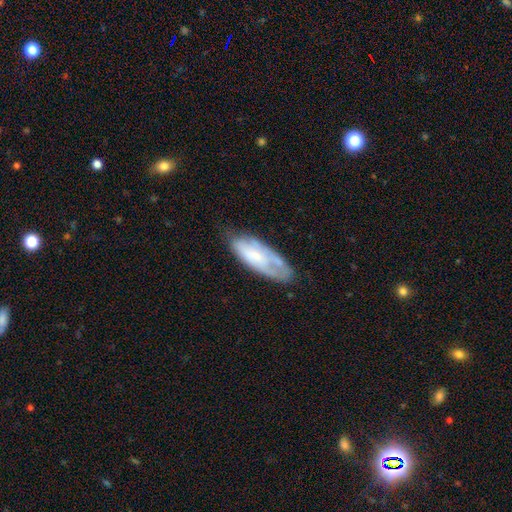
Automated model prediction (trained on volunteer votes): Q: Smooth or featured?
A: smooth (49%); runner-up: featured or disk (44%)
Q: Merging?
A: none (54%); runner-up: minor disturbance (31%)